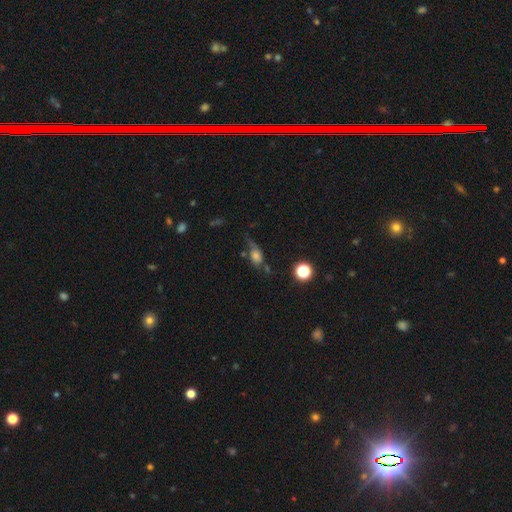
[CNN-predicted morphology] This appears to be a smooth galaxy with no disk features (62%) that is in between round and cigar-shaped (64%). Merging: none (39%).